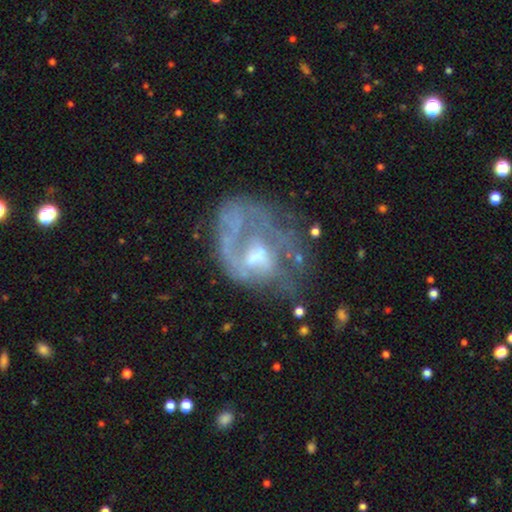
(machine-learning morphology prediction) Smooth or featured? featured or disk (71%)
Edge-on disk? no (97%)
Bar? no (60%)
Spiral arms? yes (54%)
Bulge size? moderate (49%)
Merging? major disturbance (39%)